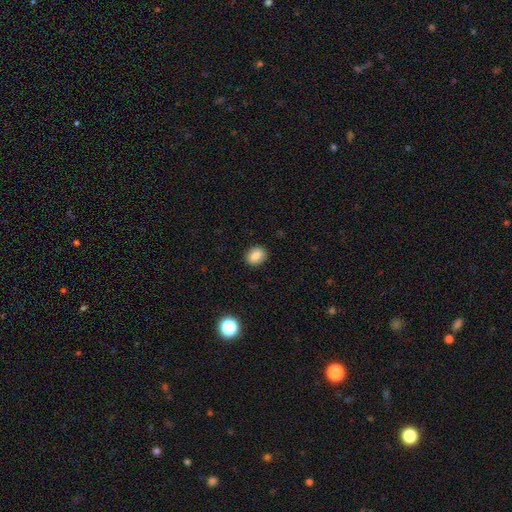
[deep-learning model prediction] Overall: smooth (85%). How rounded: in between (55%; round 44%). Merging: none (89%).